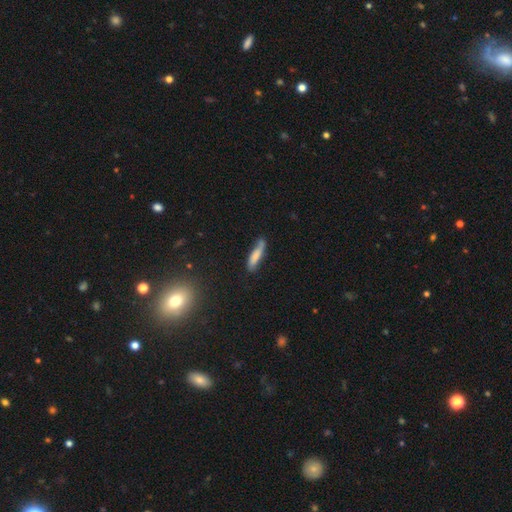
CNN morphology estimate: A smooth galaxy with no disk features (71%) that is cigar-shaped (80%). Merging: none (60%).